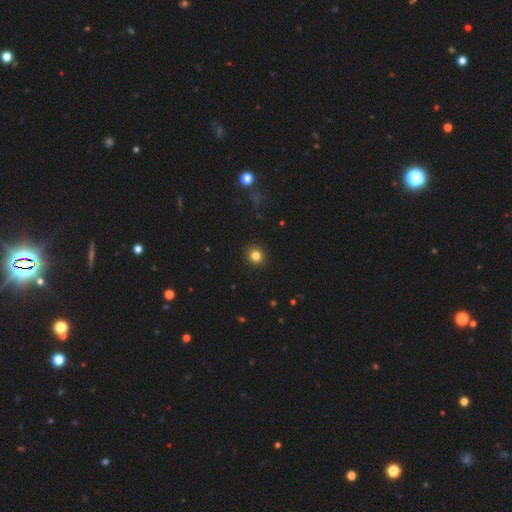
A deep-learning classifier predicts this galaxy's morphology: smooth-or-featured: smooth: 83% | star or artifact: 12% | featured or disk: 5%
  how-rounded: round: 89% | in between: 10% | cigar-shaped: 1%
  merging: none: 92% | minor disturbance: 6% | major disturbance: 2% | merger: 1%